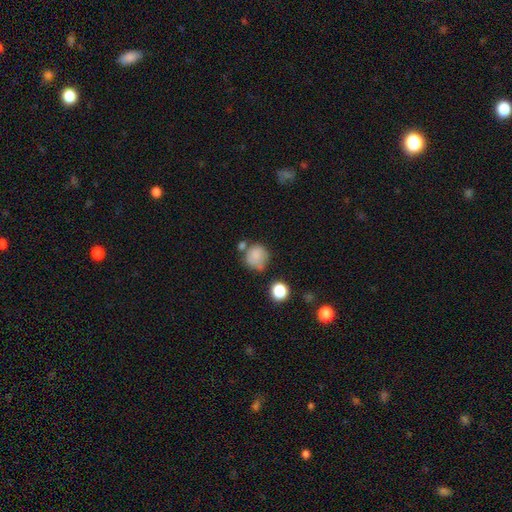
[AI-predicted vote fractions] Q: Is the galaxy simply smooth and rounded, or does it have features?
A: smooth — 77%.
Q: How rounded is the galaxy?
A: round — 83%.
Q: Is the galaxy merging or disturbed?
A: none — 50%.